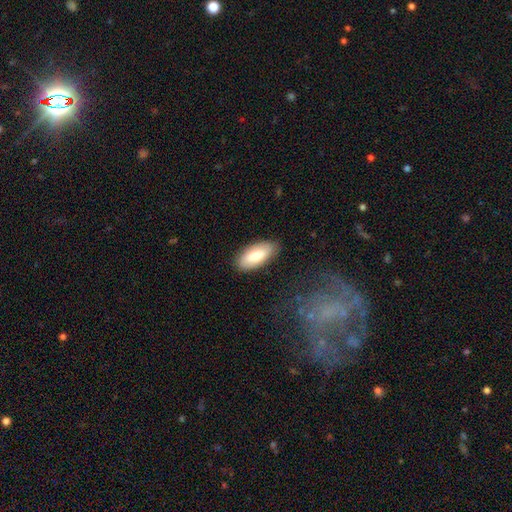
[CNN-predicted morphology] smooth-or-featured: smooth: 76% | featured or disk: 18% | star or artifact: 6%
  how-rounded: in between: 89% | cigar-shaped: 9% | round: 2%
  merging: none: 85% | minor disturbance: 11% | major disturbance: 3% | merger: 1%